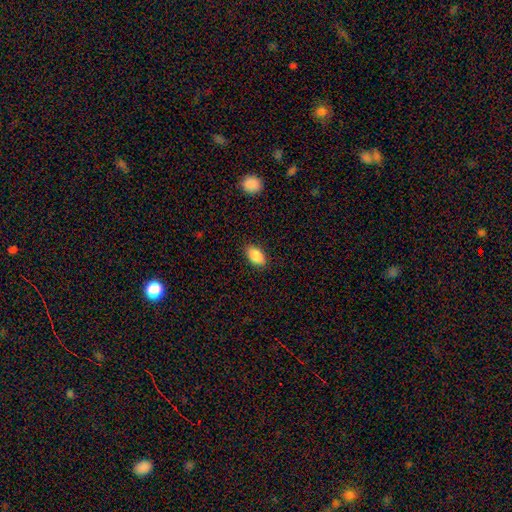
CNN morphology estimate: A smooth galaxy with no disk features (88%) that is in between round and cigar-shaped (92%).

Vote fractions:
- Smooth or featured? smooth: 88% / star or artifact: 7% / featured or disk: 5%
- How rounded? in between: 92% / round: 5% / cigar-shaped: 2%
- Merging? none: 87% / minor disturbance: 10% / major disturbance: 2% / merger: 1%